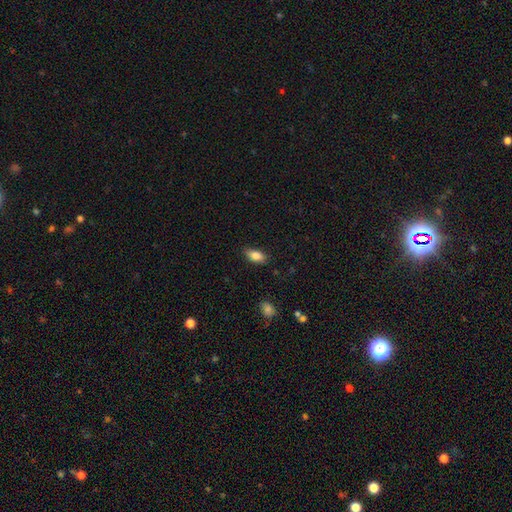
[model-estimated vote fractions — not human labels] Morphology: type=smooth (83%); roundness=in between (89%); merging=none (83%).